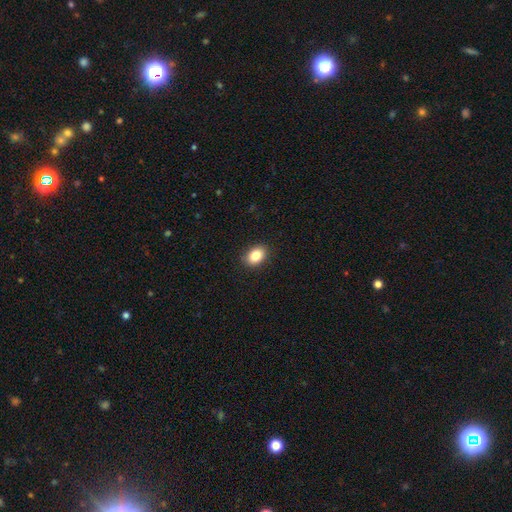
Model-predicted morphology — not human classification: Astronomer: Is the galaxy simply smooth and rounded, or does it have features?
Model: smooth — 85%.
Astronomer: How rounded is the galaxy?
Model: in between — 79%.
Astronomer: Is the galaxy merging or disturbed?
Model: none — 88%.